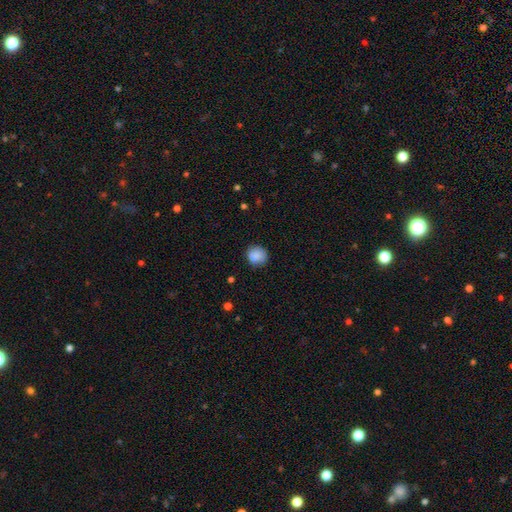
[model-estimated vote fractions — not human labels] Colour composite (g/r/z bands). It shows a smooth galaxy with no disk features (86%) that is round (87%). Merging: none (81%).